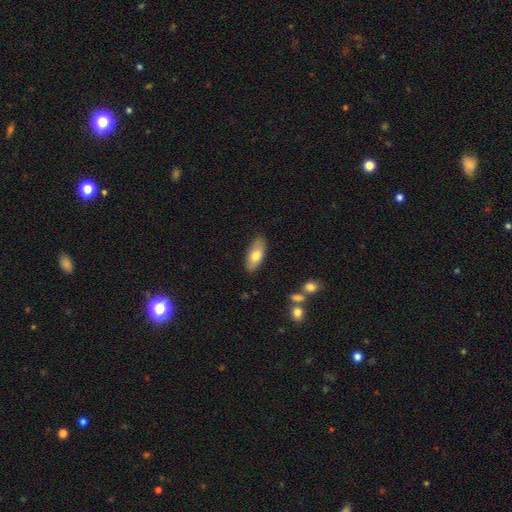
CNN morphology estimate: Smooth or featured? smooth (71%)
How rounded? in between (84%)
Merging? none (85%)